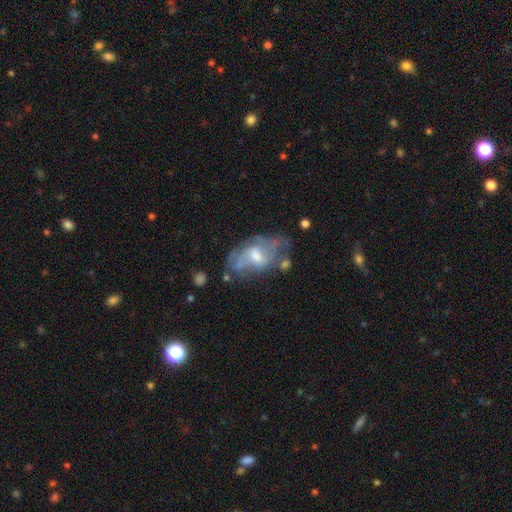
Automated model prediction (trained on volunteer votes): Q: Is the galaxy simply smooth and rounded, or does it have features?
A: featured or disk — 69%.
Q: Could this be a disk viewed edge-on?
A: no — 95%.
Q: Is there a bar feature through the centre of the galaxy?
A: weak — 49%.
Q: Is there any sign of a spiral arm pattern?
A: yes — 68%.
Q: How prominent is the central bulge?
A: moderate — 56%.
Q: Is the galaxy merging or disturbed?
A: none — 47%.